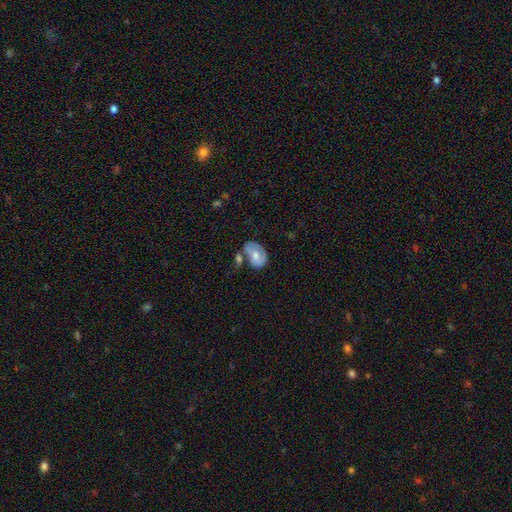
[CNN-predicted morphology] smooth_or_featured: smooth (p=0.54) [alt: featured or disk p=0.40]
how_rounded: in between (p=0.82) [alt: round p=0.17]
merging: none (p=0.33) [alt: merger p=0.30]